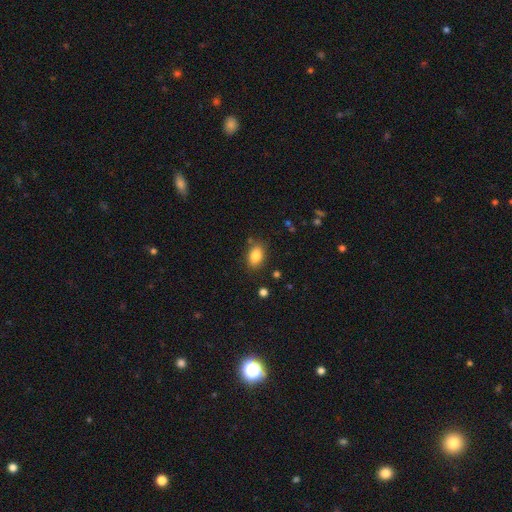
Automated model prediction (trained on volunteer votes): The model was most divided on "merging": none: 80%, minor disturbance: 14%, major disturbance: 3%, merger: 3%. More confident: how rounded — in between (85%); smooth or featured — smooth (84%).